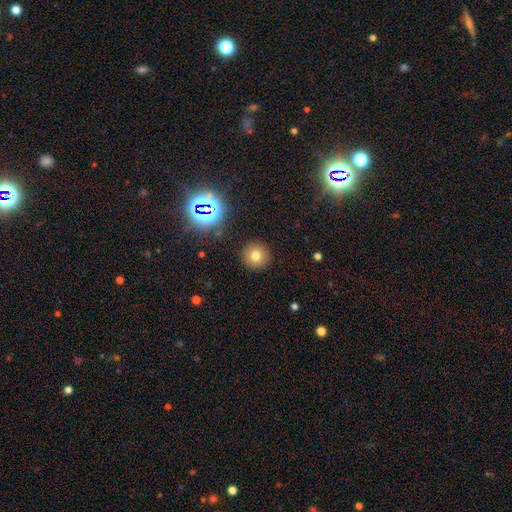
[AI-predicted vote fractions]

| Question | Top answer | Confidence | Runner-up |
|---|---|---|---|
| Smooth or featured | smooth | 71% | star or artifact (18%) |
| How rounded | round | 94% | in between (5%) |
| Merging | none | 91% | minor disturbance (6%) |